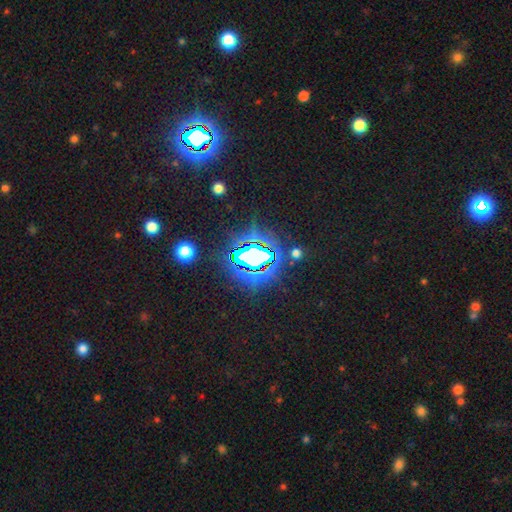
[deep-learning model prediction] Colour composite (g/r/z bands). It shows a star or artifact, not a galaxy (74%).